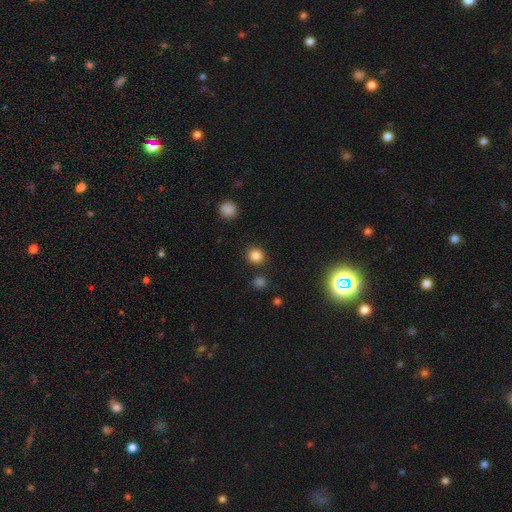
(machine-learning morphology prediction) This appears to be a smooth galaxy with no disk features (84%) that is round (90%). Merging: none (87%).